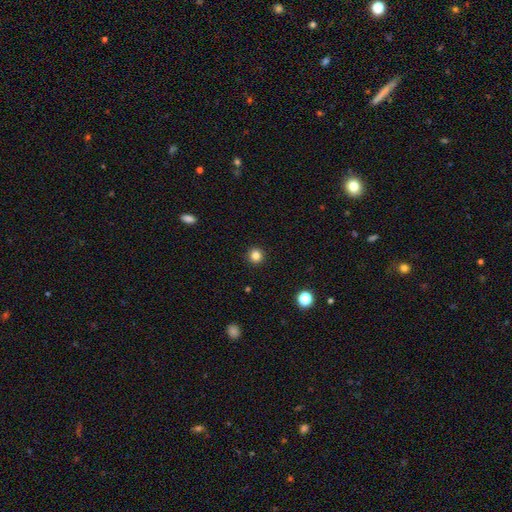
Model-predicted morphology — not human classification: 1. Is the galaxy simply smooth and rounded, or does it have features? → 83% smooth, 12% star or artifact, 5% featured or disk.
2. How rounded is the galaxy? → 95% round, 5% in between, 1% cigar-shaped.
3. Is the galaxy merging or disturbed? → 93% none, 5% minor disturbance, 2% major disturbance, 1% merger.